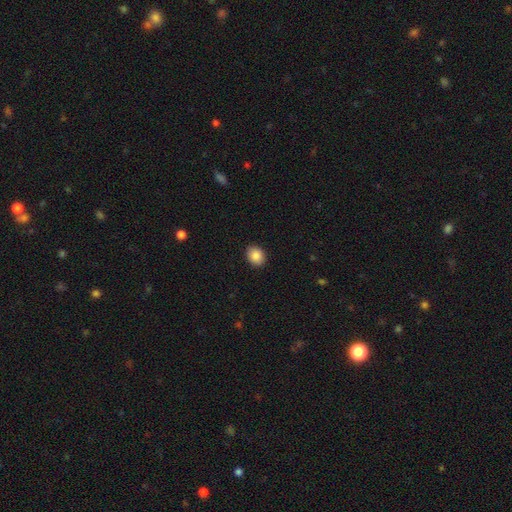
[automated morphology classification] Overall: smooth (88%). How rounded: in between (51%; round 48%). Merging: none (91%).